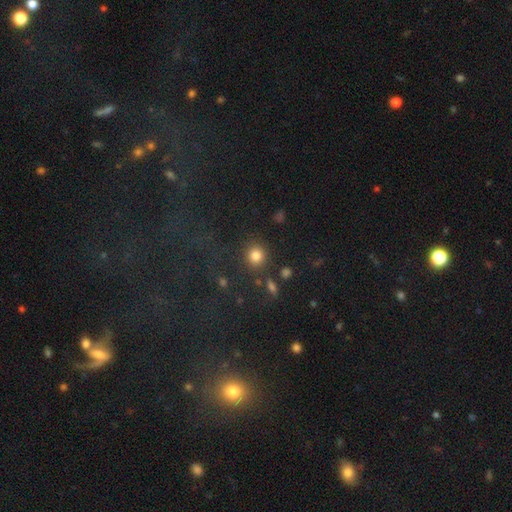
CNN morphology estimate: Smooth or featured? Predicted: smooth (p=0.82). How rounded? Predicted: round (p=0.89). Merging? Predicted: none (p=0.81).